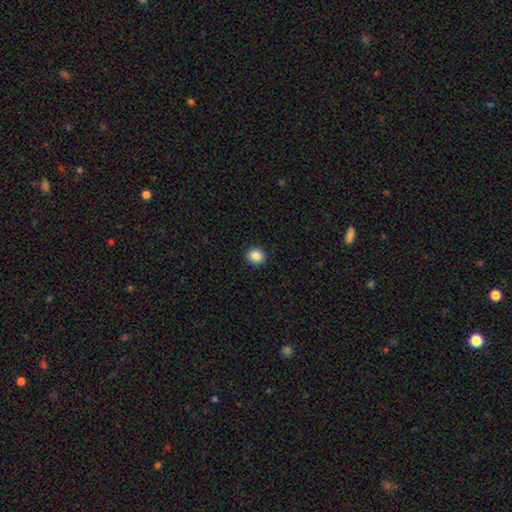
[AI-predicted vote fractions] Smooth or featured? Predicted: smooth (p=0.87). How rounded? Predicted: round (p=0.72). Merging? Predicted: none (p=0.91).